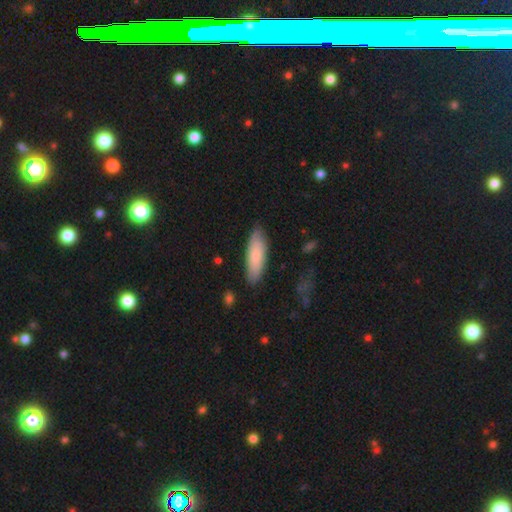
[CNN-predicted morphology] smooth_or_featured: smooth (p=0.79) [alt: featured or disk p=0.15]
how_rounded: in between (p=0.55) [alt: cigar-shaped p=0.44]
merging: none (p=0.84) [alt: minor disturbance p=0.12]